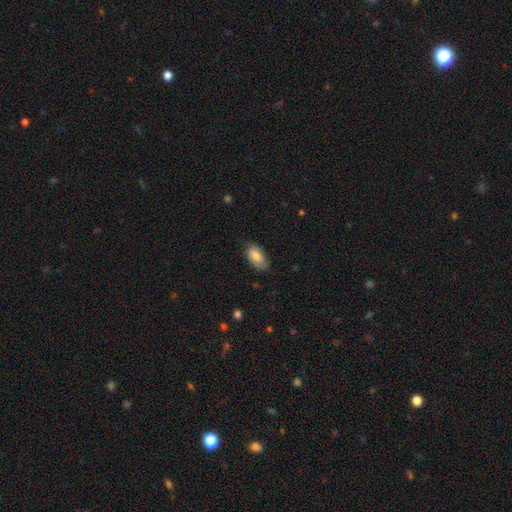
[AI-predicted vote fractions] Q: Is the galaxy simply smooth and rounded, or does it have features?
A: smooth — 79%.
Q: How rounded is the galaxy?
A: in between — 93%.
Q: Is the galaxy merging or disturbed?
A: none — 71%.